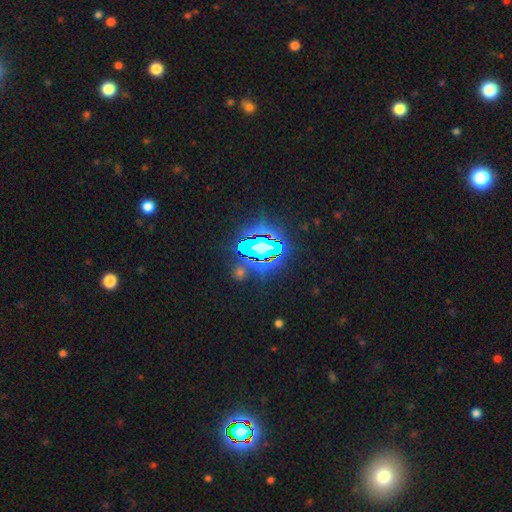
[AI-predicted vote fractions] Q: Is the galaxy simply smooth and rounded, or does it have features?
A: star or artifact — 84%.